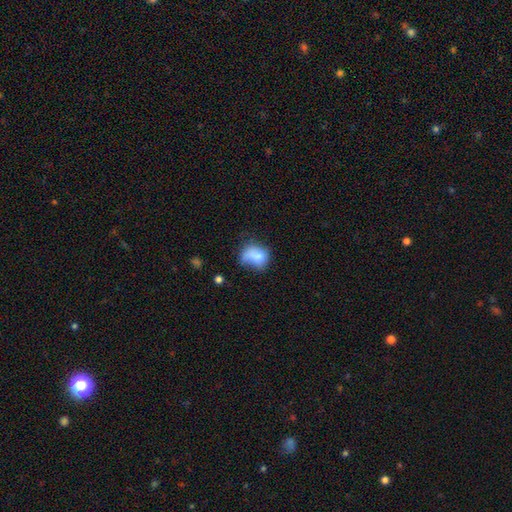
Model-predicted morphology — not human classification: This appears to be a smooth galaxy with no disk features (74%) that is in between round and cigar-shaped (58%). Merging: minor disturbance (32%).